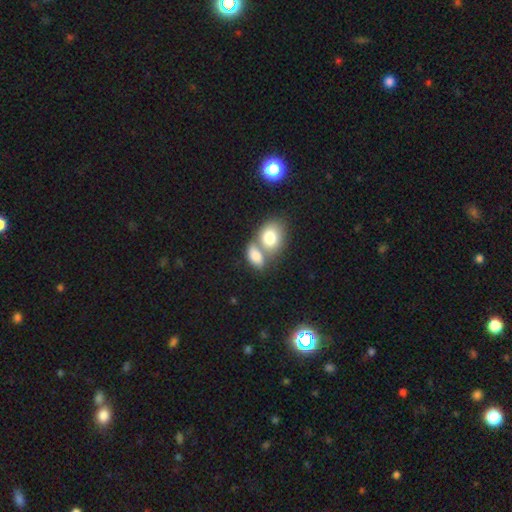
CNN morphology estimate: This is likely a smooth galaxy (80%). How rounded: clearly in between (82%). Merging: possibly merger (59%).